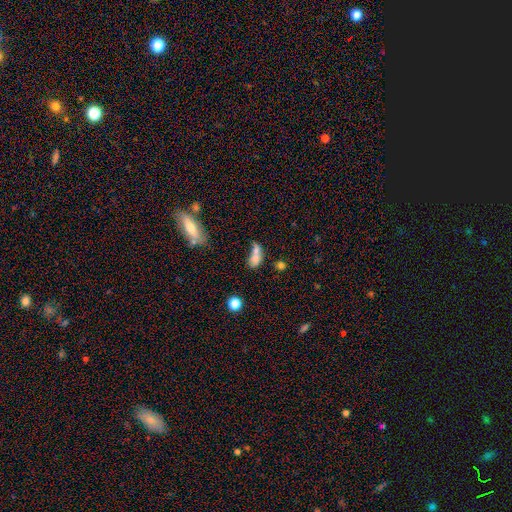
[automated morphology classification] type=smooth (67%); roundness=in between (69%); merging=merger (60%).